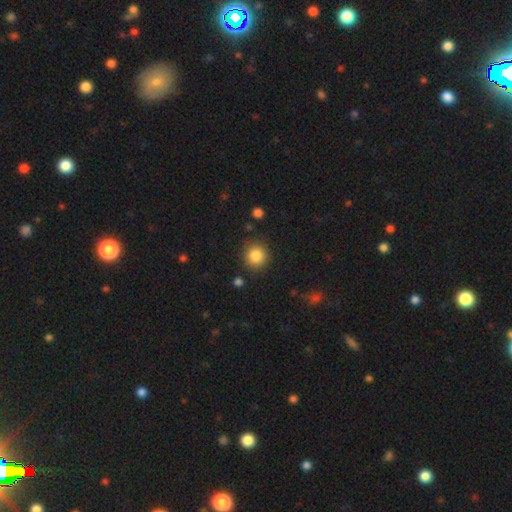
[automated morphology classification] Overall: smooth (86%). How rounded: round (91%). Merging: none (86%).